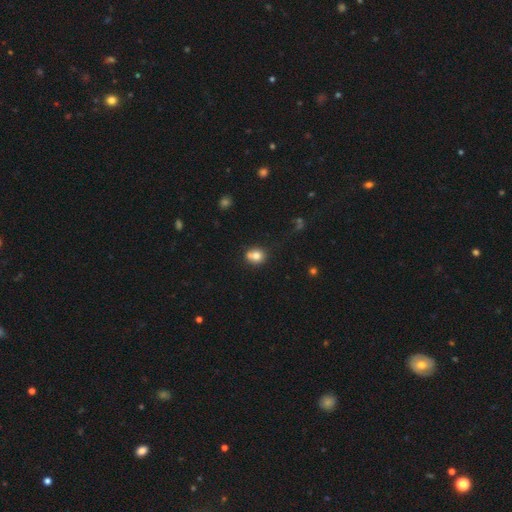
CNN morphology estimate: This is likely a smooth galaxy (78%). How rounded: likely round (70%). Merging: possibly none (58%).